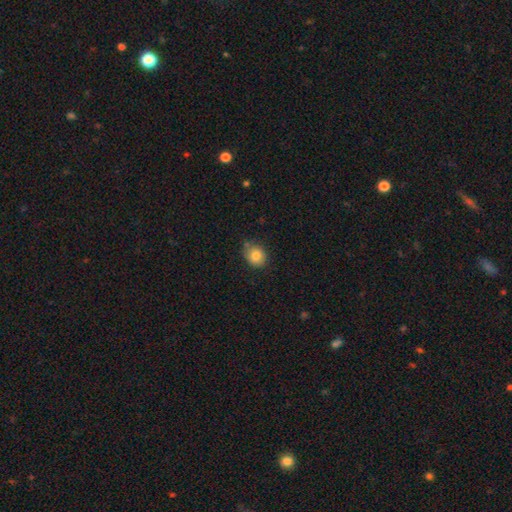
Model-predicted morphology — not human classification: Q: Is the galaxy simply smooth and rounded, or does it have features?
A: smooth — 83%.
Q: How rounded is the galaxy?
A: round — 69%.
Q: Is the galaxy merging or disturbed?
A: none — 72%.